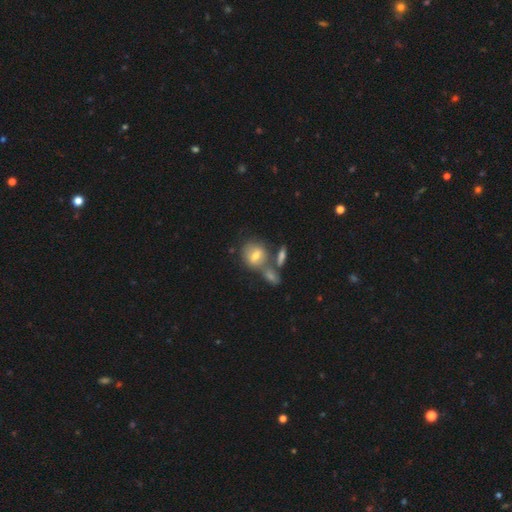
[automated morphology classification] type=smooth (63%); roundness=round (53%); merging=none (44%).